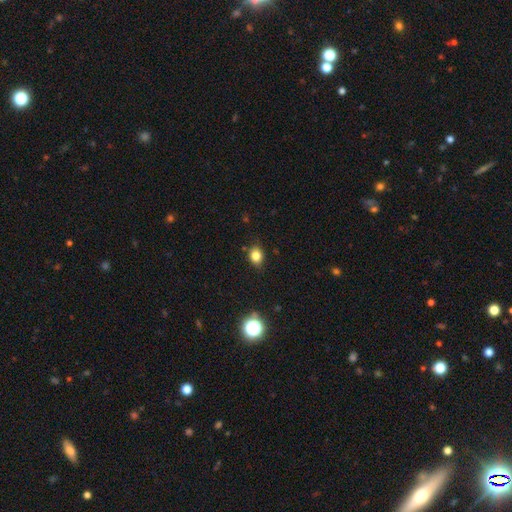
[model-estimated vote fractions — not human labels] Q: Smooth or featured?
A: smooth (81%); runner-up: star or artifact (12%)
Q: How rounded?
A: in between (55%); runner-up: round (44%)
Q: Merging?
A: none (84%); runner-up: minor disturbance (12%)